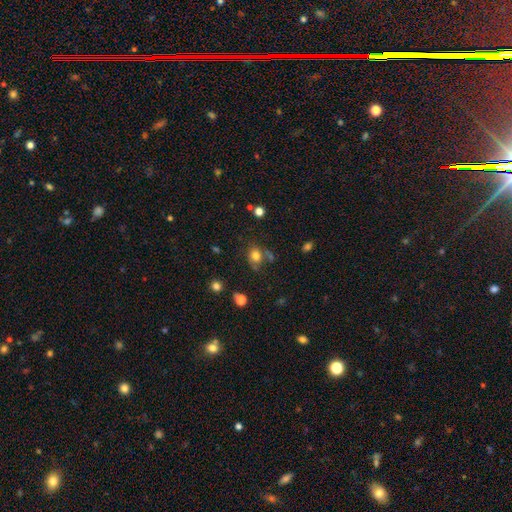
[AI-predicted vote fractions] Smooth or featured? Predicted: smooth (p=0.77). How rounded? Predicted: round (p=0.64). Merging? Predicted: none (p=0.63).